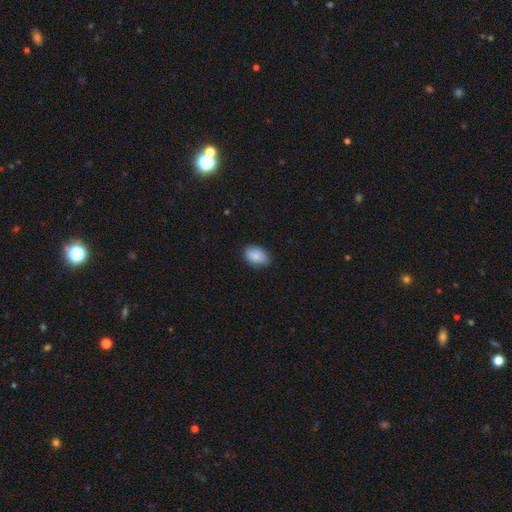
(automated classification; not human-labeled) The model was most divided on "merging": none: 82%, minor disturbance: 15%, major disturbance: 2%, merger: 1%. More confident: how rounded — in between (89%); smooth or featured — smooth (88%).